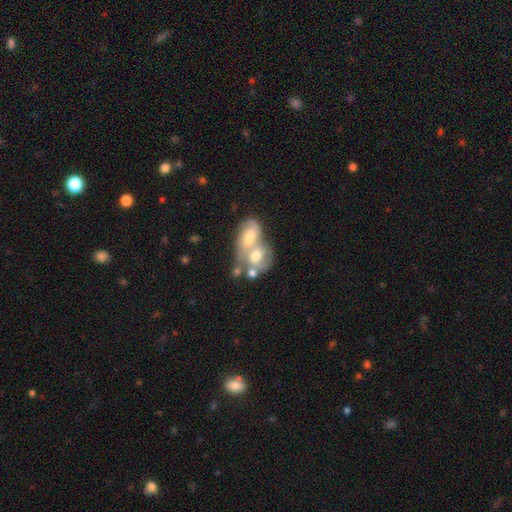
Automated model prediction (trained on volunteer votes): Smooth or featured: featured or disk — 49% (smooth — 44%)
Merging: merger — 76% (none — 12%)